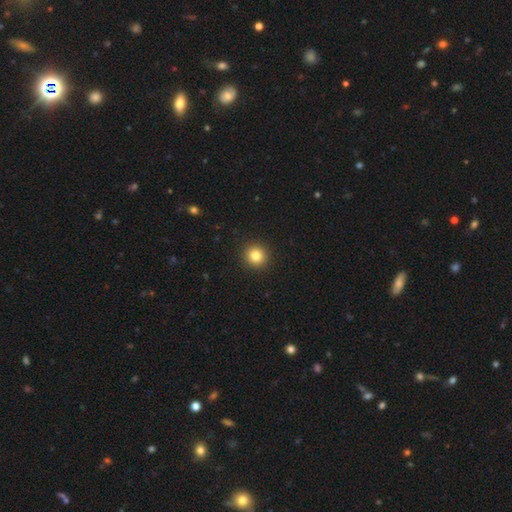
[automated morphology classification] Smooth or featured?
  - smooth: 83% *
  - star or artifact: 11%
  - featured or disk: 6%
How rounded?
  - round: 94% *
  - in between: 5%
  - cigar-shaped: 1%
Merging?
  - none: 93% *
  - minor disturbance: 5%
  - major disturbance: 2%
  - merger: 1%